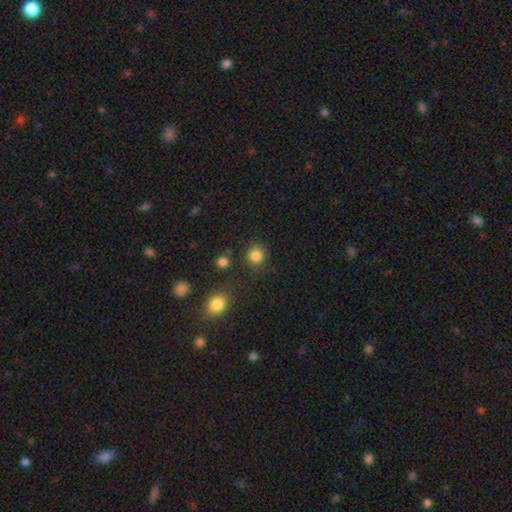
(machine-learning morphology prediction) Overall: smooth (83%). How rounded: round (88%). Merging: none (79%).